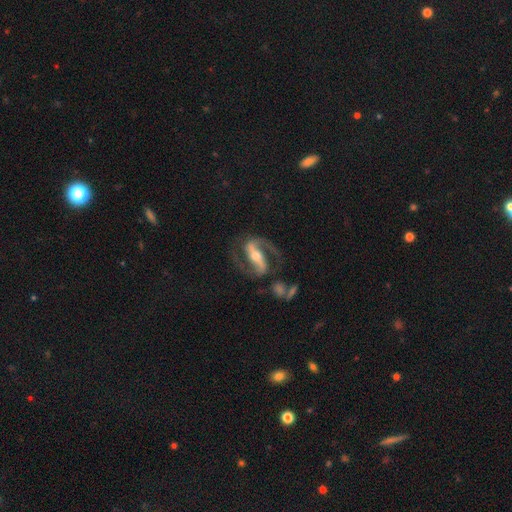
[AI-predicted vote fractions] A featured or disk galaxy (91%) with a strong bar (70%), 2 (93%) medium (57%) spiral arms (96%) and a moderate central bulge (58%).

Vote fractions:
- Smooth or featured? featured or disk: 91% / smooth: 5% / star or artifact: 4%
- Edge-on disk? no: 95% / yes: 5%
- Bar? strong: 70% / weak: 20% / no: 10%
- Spiral arms? yes: 96% / no: 4%
- Spiral winding? medium: 57% / loose: 24% / tight: 19%
- Spiral arm count? 2: 93% / 1: 2% / can't tell: 2% / 3: 1% / 4: 1% / more than 4: 1%
- Bulge size? moderate: 58% / small: 35% / large: 4% / none: 1% / dominant: 1%
- Merging? none: 73% / minor disturbance: 13% / major disturbance: 9% / merger: 5%